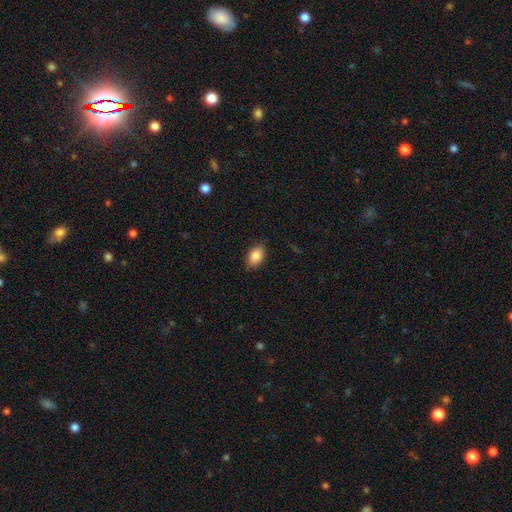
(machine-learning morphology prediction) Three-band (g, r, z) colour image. It shows a smooth galaxy with no disk features (86%) that is in between round and cigar-shaped (89%). Merging: none (84%).